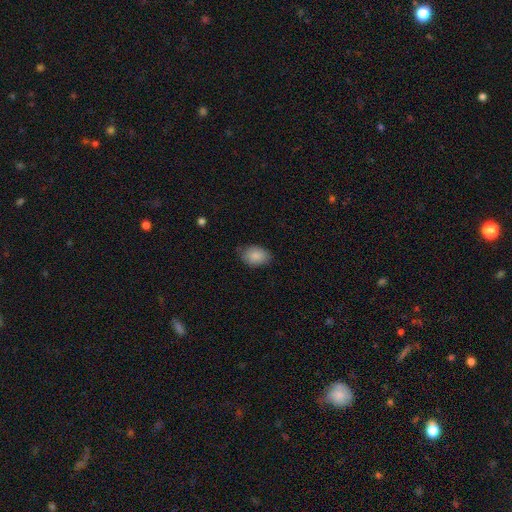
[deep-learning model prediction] Smooth or featured: smooth — 87% (star or artifact — 7%)
How rounded: in between — 86% (round — 12%)
Merging: none — 76% (minor disturbance — 19%)